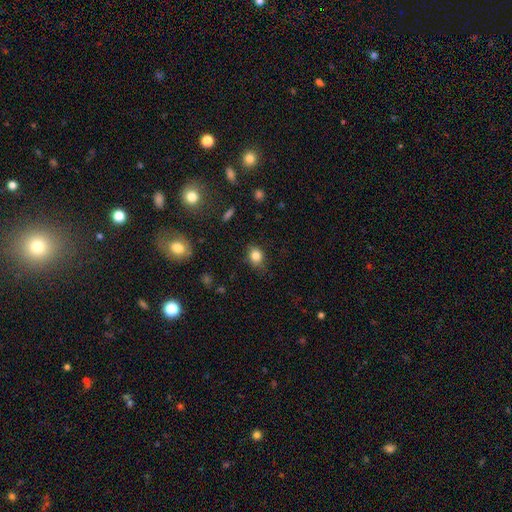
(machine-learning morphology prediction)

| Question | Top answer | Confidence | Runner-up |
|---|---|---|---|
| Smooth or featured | smooth | 83% | star or artifact (10%) |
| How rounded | round | 50% | in between (49%) |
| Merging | none | 74% | minor disturbance (21%) |